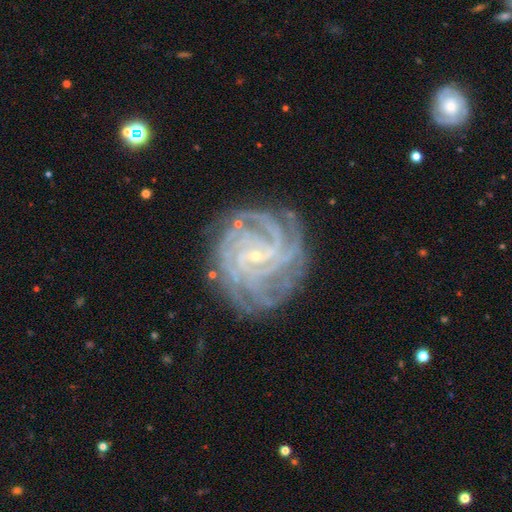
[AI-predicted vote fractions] Morphology: type=featured or disk (91%); edge-on=no (98%); bar=weak (41%); spiral arms=yes (99%); winding=tight (78%); arm count=4 (33%); bulge=small (87%); merging=none (80%).